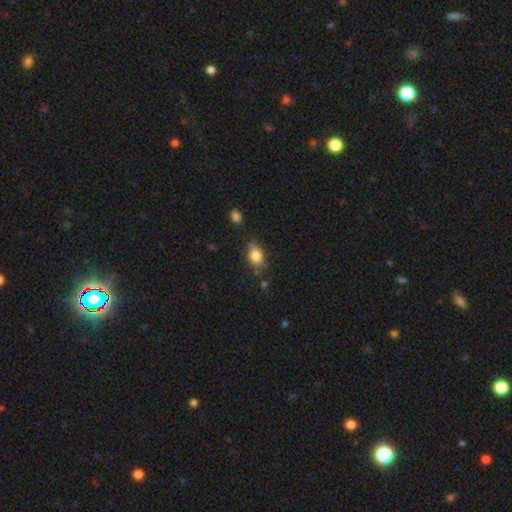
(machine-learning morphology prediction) A smooth galaxy with no disk features (80%) that is in between round and cigar-shaped (64%). Merging: none (65%).